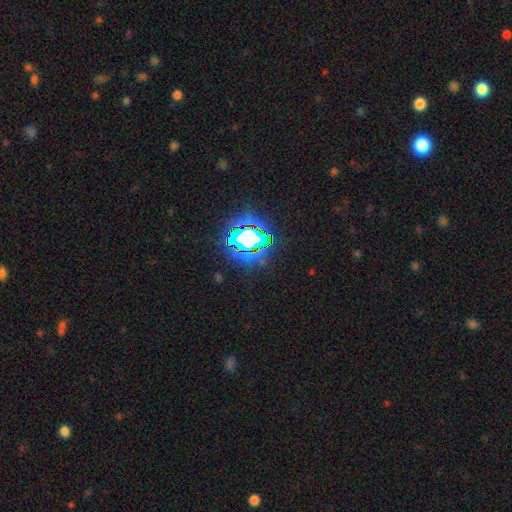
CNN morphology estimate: Smooth or featured: star or artifact — 81% (smooth — 12%)